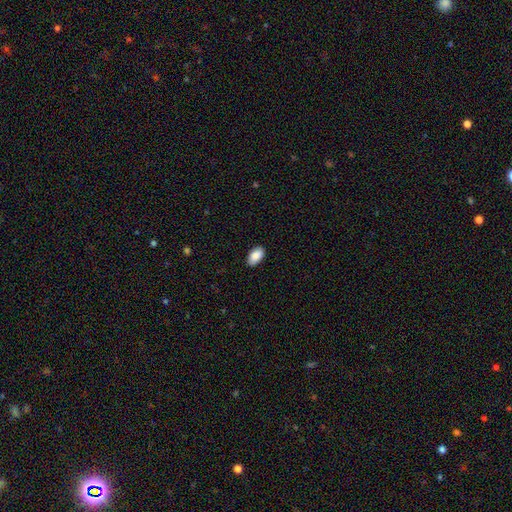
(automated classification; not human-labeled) Smooth or featured: smooth — 88% (star or artifact — 6%)
How rounded: in between — 95% (round — 4%)
Merging: none — 88% (minor disturbance — 9%)